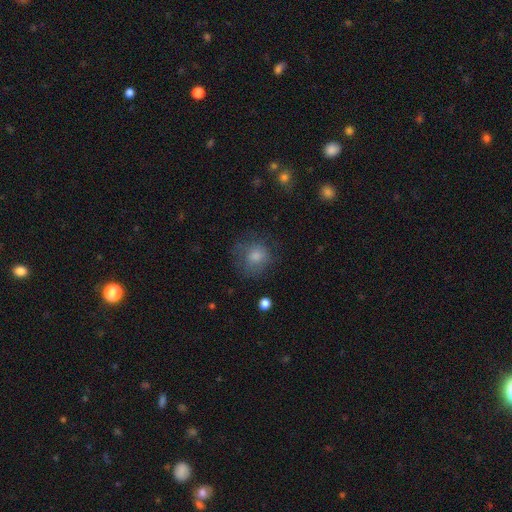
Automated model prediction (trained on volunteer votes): This is likely a smooth galaxy (70%). How rounded: clearly round (83%). Merging: likely none (67%).